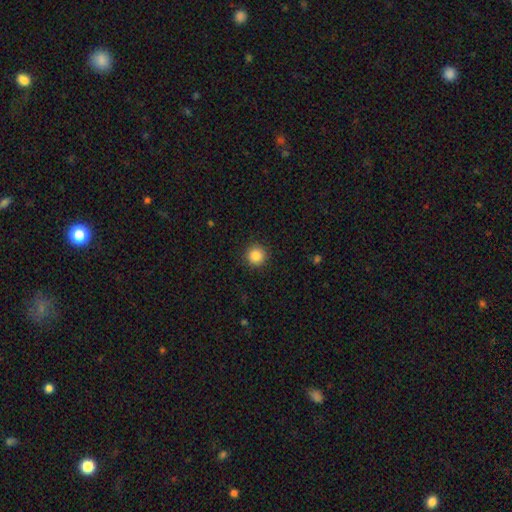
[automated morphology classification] Smooth or featured? smooth (86%)
How rounded? round (95%)
Merging? none (92%)